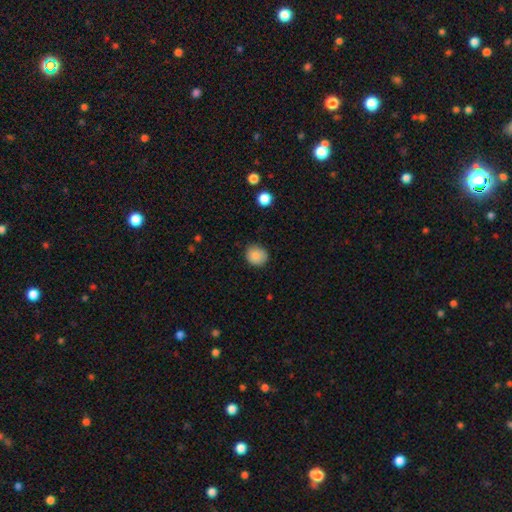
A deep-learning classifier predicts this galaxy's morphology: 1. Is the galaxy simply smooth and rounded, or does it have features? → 87% smooth, 9% star or artifact, 5% featured or disk.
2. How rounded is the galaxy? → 85% round, 14% in between, 1% cigar-shaped.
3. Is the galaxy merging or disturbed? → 84% none, 12% minor disturbance, 3% major disturbance, 1% merger.